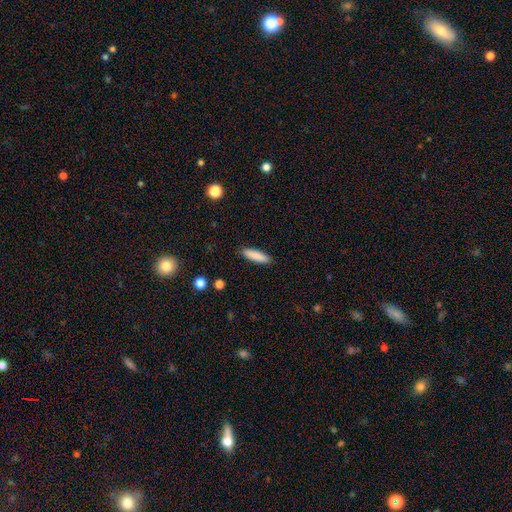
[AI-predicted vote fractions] This appears to be a smooth galaxy with no disk features (87%) that is cigar-shaped (73%). Merging: none (90%).